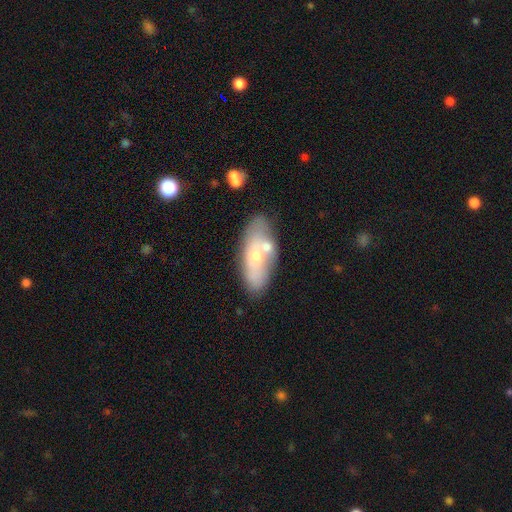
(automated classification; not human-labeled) The model was most divided on "smooth or featured": smooth: 53%, featured or disk: 40%, star or artifact: 7%. More confident: how rounded — in between (78%); merging — none (55%).